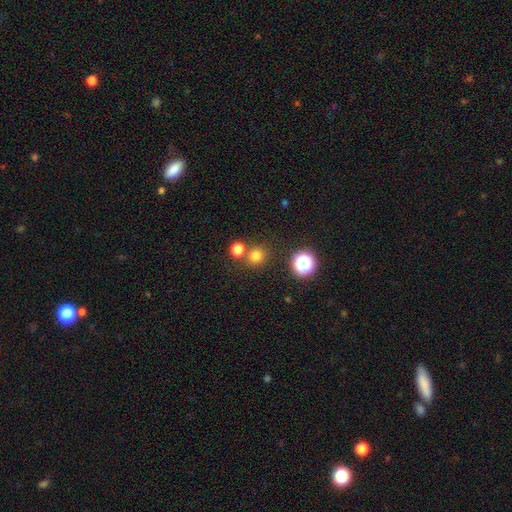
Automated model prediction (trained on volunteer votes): Smooth or featured? smooth (76%)
How rounded? round (90%)
Merging? none (73%)